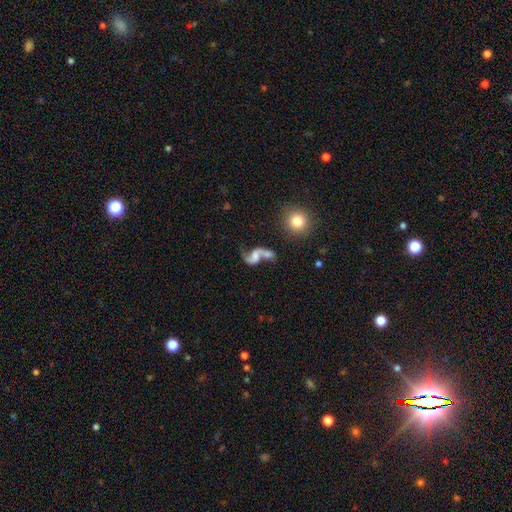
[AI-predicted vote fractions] featured or disk 71%, smooth 19%, star or artifact 10%. Down the decision tree: edge-on disk — no (96%); bar — no (51%); spiral arms — yes (87%); spiral arm count — 2 (85%); spiral winding — loose (81%); bulge size — none (31%); merging — merger (40%).